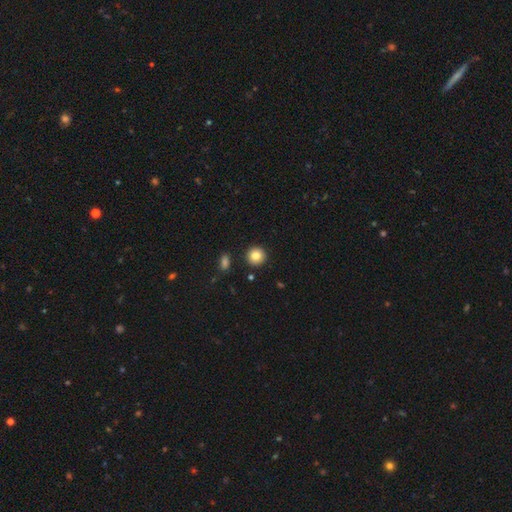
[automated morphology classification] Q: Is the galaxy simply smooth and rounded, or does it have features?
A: smooth — 85%.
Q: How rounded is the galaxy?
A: round — 93%.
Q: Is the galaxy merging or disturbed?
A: none — 90%.